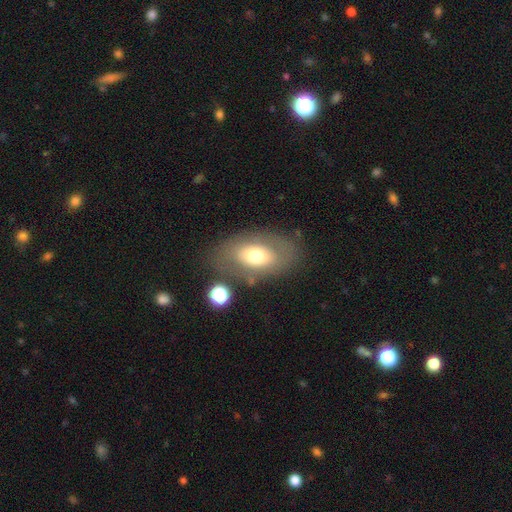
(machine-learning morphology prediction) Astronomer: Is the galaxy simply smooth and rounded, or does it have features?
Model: smooth — 59%.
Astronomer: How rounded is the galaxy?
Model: in between — 89%.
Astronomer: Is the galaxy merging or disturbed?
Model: none — 73%.